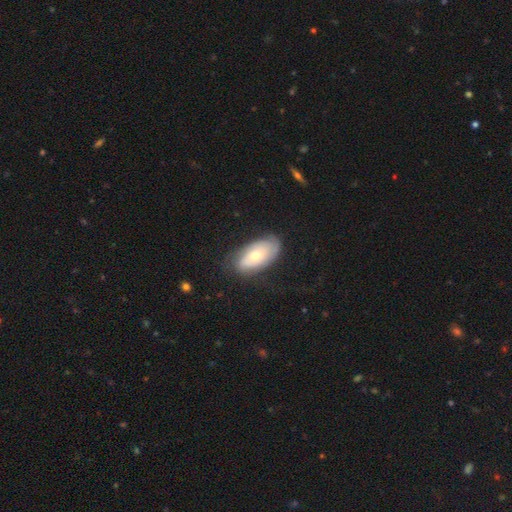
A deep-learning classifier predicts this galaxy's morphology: Smooth or featured? Predicted: smooth (p=0.53). How rounded? Predicted: in between (p=0.92). Merging? Predicted: none (p=0.72).